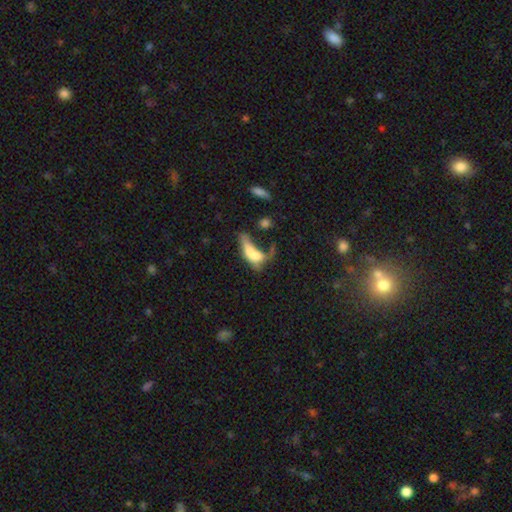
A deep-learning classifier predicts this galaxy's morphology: Overall: smooth (57%; featured or disk 32%). How rounded: in between (67%; cigar-shaped 28%). Merging: major disturbance (38%; merger 32%).